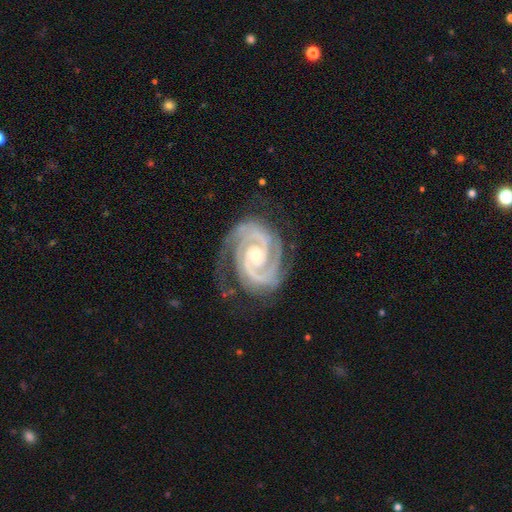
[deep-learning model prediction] Smooth or featured? Predicted: featured or disk (p=0.93). Edge-on disk? Predicted: no (p=0.98). Bar? Predicted: no (p=0.61). Spiral arms? Predicted: yes (p=0.99). Spiral winding? Predicted: tight (p=0.71). Spiral arm count? Predicted: 2 (p=0.85). Bulge size? Predicted: small (p=0.56). Merging? Predicted: none (p=0.74).